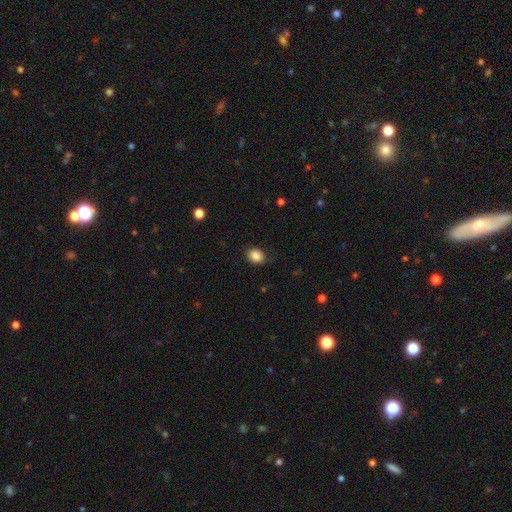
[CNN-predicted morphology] This is clearly a smooth galaxy (86%). How rounded: possibly round (50%). Merging: clearly none (83%).